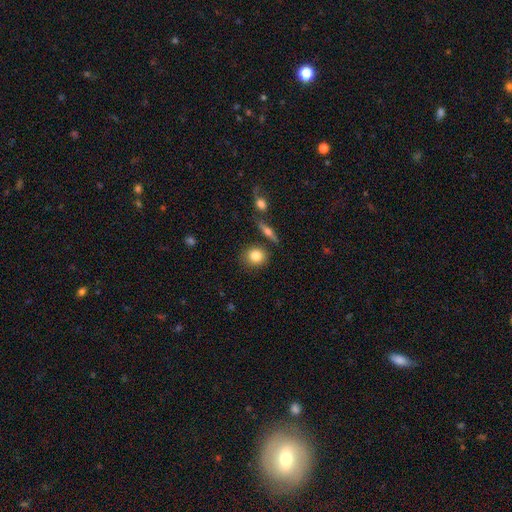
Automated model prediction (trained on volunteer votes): Smooth or featured? smooth (82%)
How rounded? round (77%)
Merging? none (81%)